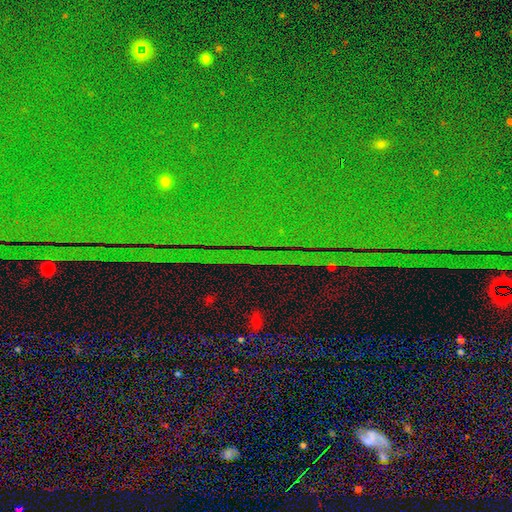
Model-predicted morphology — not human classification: Smooth or featured?
  - star or artifact: 87% *
  - featured or disk: 6%
  - smooth: 6%